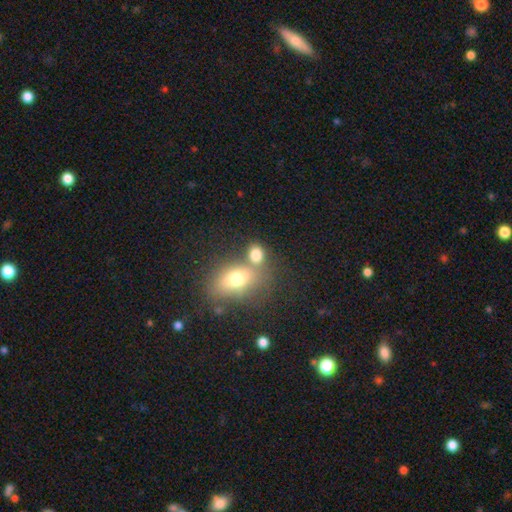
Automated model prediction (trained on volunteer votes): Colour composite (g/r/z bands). It shows a smooth galaxy with no disk features (76%) that is in between round and cigar-shaped (64%). Merging: none (45%).